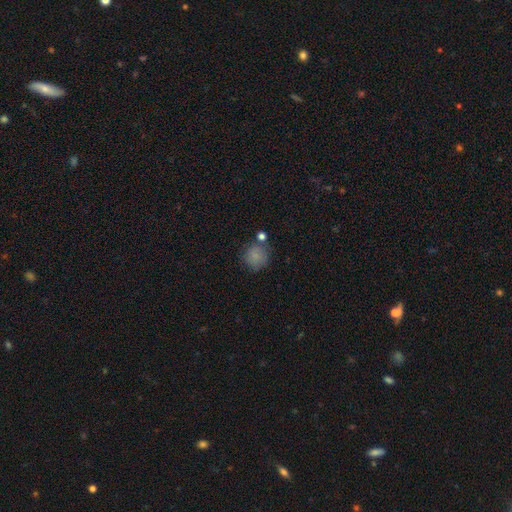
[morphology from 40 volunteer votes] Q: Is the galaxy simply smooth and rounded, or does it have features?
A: smooth — 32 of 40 (80%).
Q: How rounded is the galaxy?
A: round — 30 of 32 (94%).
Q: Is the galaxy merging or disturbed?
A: none — 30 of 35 (86%).